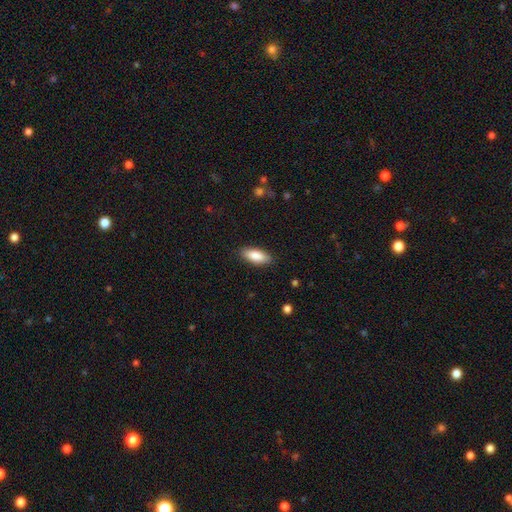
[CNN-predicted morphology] Smooth or featured?
  - smooth: 86% *
  - featured or disk: 8%
  - star or artifact: 6%
How rounded?
  - in between: 78% *
  - cigar-shaped: 20%
  - round: 2%
Merging?
  - none: 87% *
  - minor disturbance: 9%
  - major disturbance: 2%
  - merger: 1%